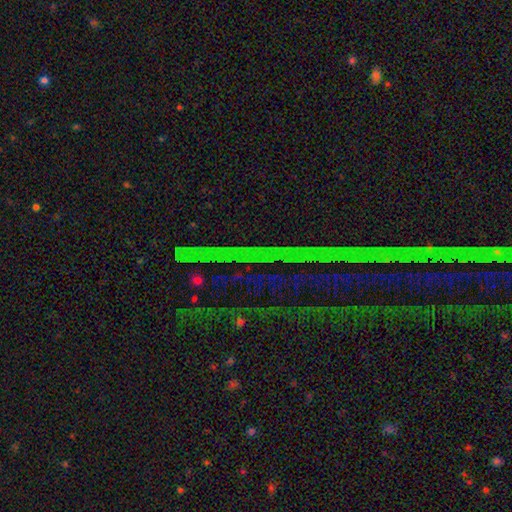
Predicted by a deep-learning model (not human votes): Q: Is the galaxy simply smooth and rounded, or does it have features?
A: star or artifact — 79%.